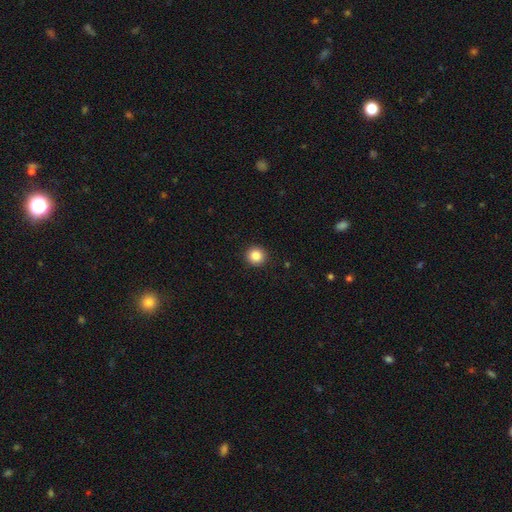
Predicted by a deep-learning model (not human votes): Smooth or featured: smooth — 86% (star or artifact — 10%)
How rounded: round — 94% (in between — 5%)
Merging: none — 93% (minor disturbance — 5%)